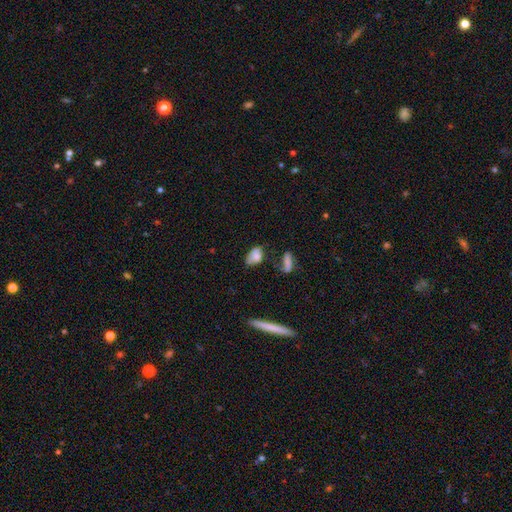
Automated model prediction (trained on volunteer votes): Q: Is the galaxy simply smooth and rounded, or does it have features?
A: smooth — 70%.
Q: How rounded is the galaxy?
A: in between — 86%.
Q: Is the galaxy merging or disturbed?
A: none — 38%.